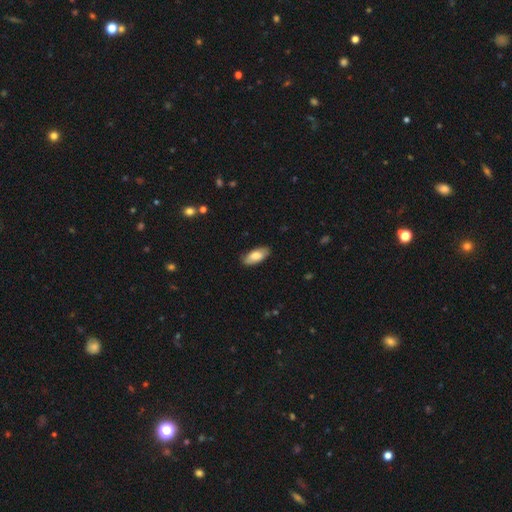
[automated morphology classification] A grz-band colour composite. It shows a smooth galaxy with no disk features (78%) that is in between round and cigar-shaped (87%). Merging: none (86%).